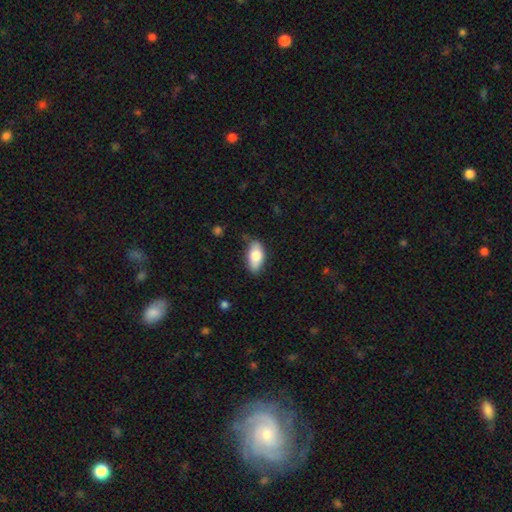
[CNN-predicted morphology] This is likely a smooth galaxy (77%). How rounded: clearly in between (90%). Merging: likely none (79%).